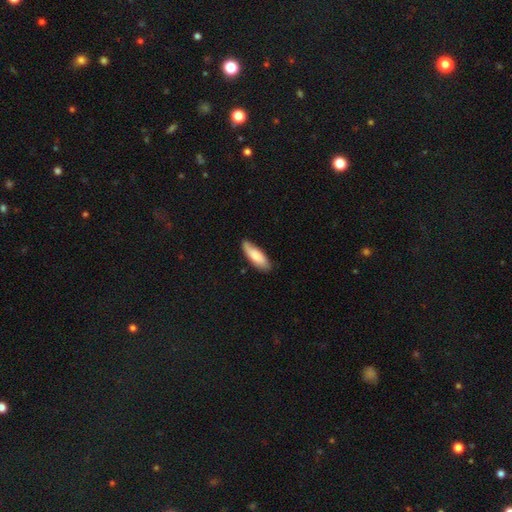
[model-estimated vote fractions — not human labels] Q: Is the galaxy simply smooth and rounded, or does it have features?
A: smooth — 77%.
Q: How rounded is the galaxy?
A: in between — 61%.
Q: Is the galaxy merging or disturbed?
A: none — 73%.